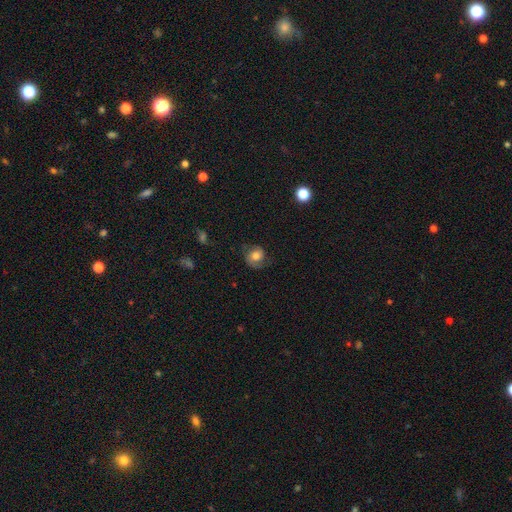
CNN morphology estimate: A smooth galaxy with no disk features (50%) that is round (73%). Merging: none (62%).